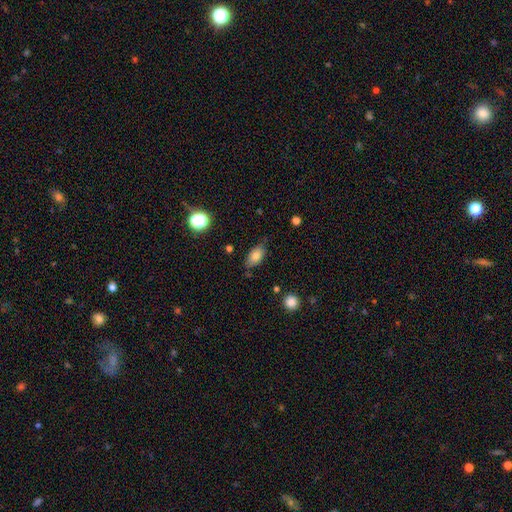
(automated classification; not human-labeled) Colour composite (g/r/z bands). It shows a smooth galaxy with no disk features (75%) that is in between round and cigar-shaped (89%). Merging: none (75%).